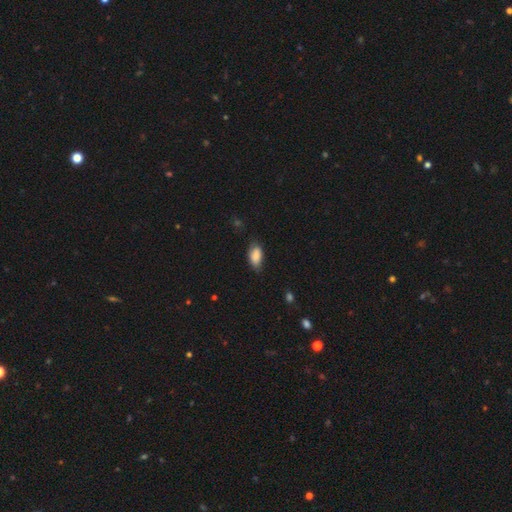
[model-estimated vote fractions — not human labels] Q: Smooth or featured?
A: smooth (86%); runner-up: featured or disk (7%)
Q: How rounded?
A: in between (92%); runner-up: cigar-shaped (5%)
Q: Merging?
A: none (70%); runner-up: minor disturbance (24%)